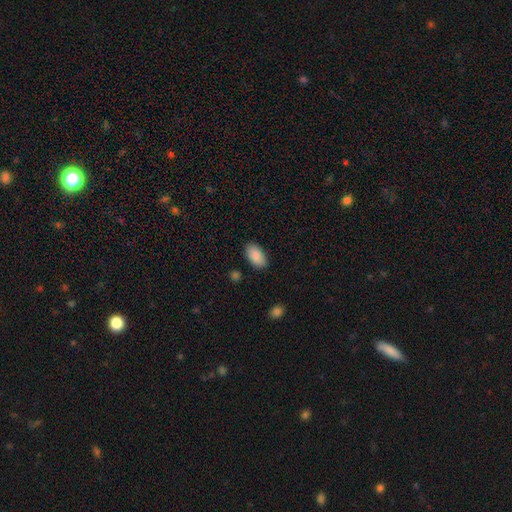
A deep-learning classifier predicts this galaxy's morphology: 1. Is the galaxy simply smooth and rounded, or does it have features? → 89% smooth, 6% star or artifact, 5% featured or disk.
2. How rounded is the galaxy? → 95% in between, 3% round, 2% cigar-shaped.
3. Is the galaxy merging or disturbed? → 86% none, 10% minor disturbance, 2% major disturbance, 1% merger.